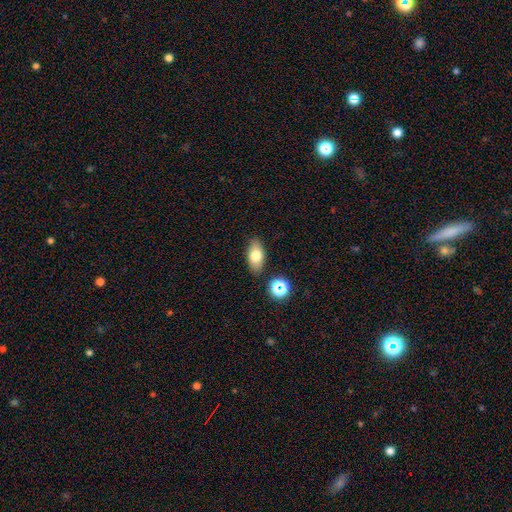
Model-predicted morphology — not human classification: A smooth galaxy with no disk features (75%) that is in between round and cigar-shaped (89%). Merging: none (85%).